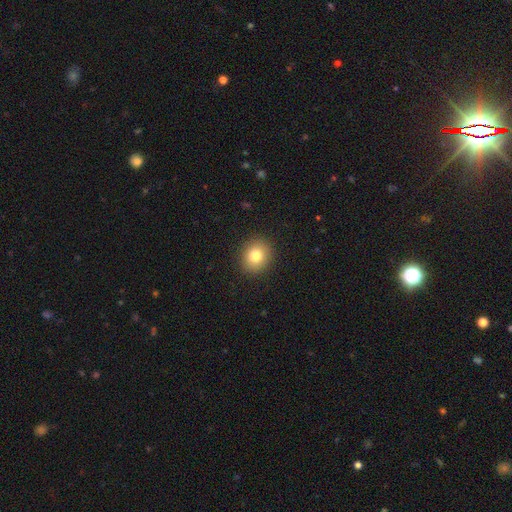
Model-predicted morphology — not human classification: A smooth galaxy with no disk features (80%) that is round (75%). Merging: none (90%).